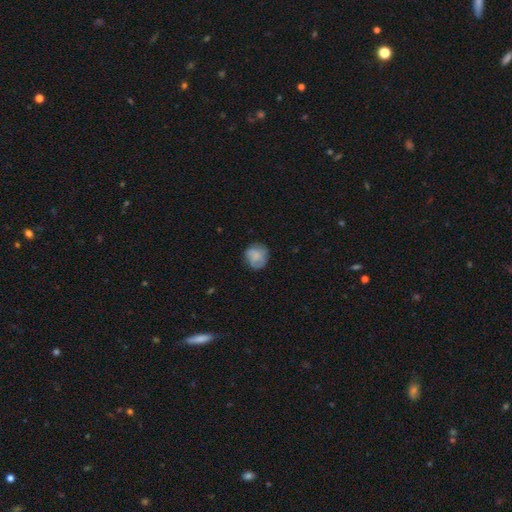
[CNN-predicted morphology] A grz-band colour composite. It shows a smooth galaxy with no disk features (72%) that is round (79%). Merging: none (70%).